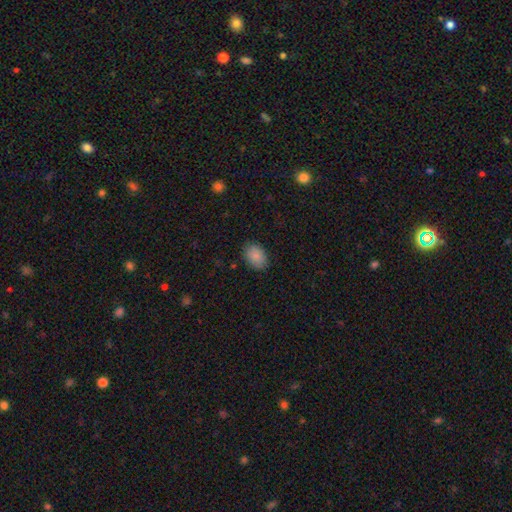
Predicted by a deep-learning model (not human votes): Overall: smooth (88%). How rounded: in between (81%). Merging: none (85%).